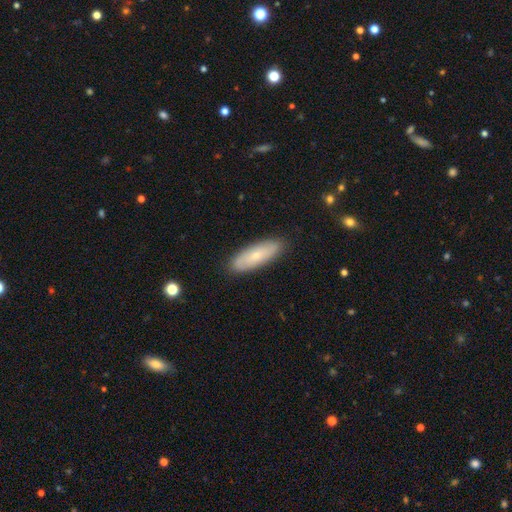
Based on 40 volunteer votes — Smooth or featured: smooth — 48% (tied with featured or disk — 48%)
How rounded: in between — 74% (cigar-shaped — 26%)
Merging: none — 89% (minor disturbance — 11%)